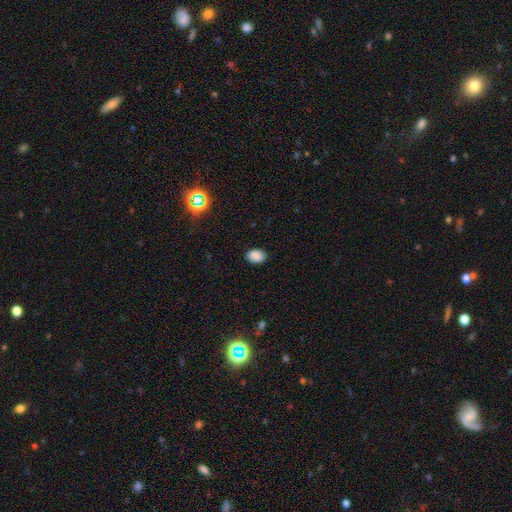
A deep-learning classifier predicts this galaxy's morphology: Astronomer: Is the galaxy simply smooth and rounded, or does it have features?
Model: smooth — 87%.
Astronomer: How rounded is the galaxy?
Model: in between — 79%.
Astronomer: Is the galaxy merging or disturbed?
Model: none — 87%.